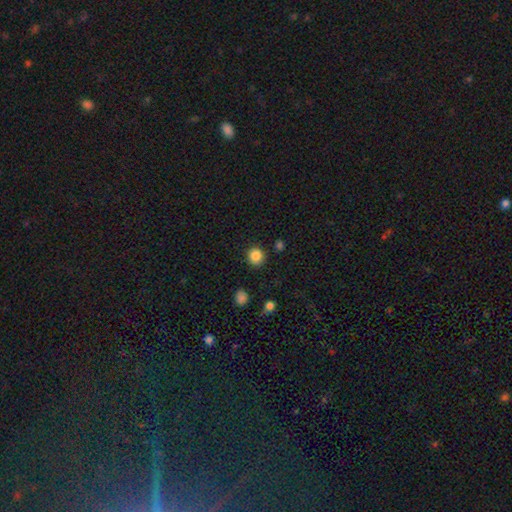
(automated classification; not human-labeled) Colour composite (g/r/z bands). It shows a smooth galaxy with no disk features (86%) that is round (90%). Merging: none (89%).